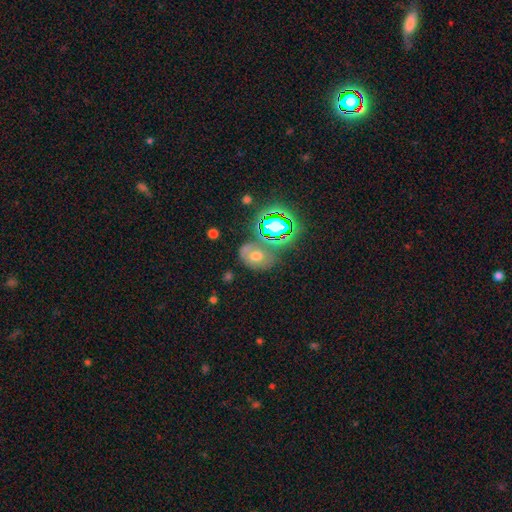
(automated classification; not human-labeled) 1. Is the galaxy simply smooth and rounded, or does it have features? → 48% smooth, 27% featured or disk, 25% star or artifact.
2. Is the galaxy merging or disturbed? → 52% none, 22% minor disturbance, 14% major disturbance, 12% merger.